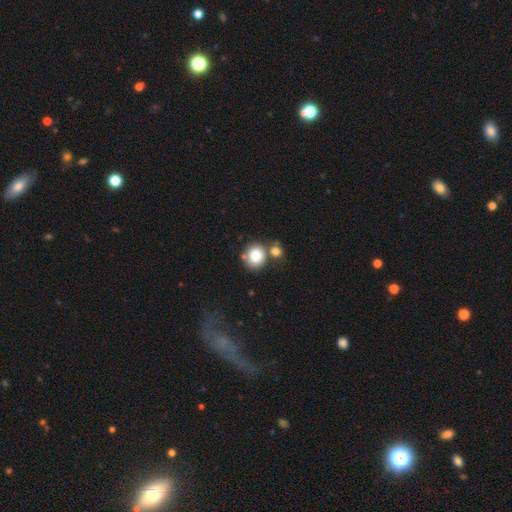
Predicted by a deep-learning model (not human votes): Smooth or featured?
  - smooth: 80% *
  - featured or disk: 11%
  - star or artifact: 10%
How rounded?
  - round: 82% *
  - in between: 17%
  - cigar-shaped: 1%
Merging?
  - none: 62% *
  - merger: 24%
  - minor disturbance: 10%
  - major disturbance: 3%